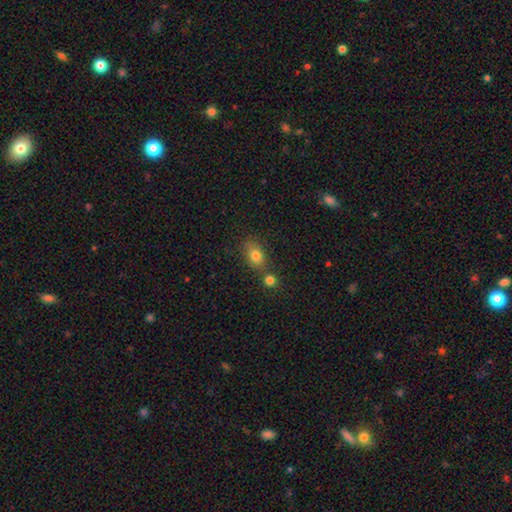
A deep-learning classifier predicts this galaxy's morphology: smooth_or_featured: smooth (p=0.78) [alt: star or artifact p=0.12]
how_rounded: in between (p=0.68) [alt: round p=0.30]
merging: none (p=0.59) [alt: merger p=0.23]